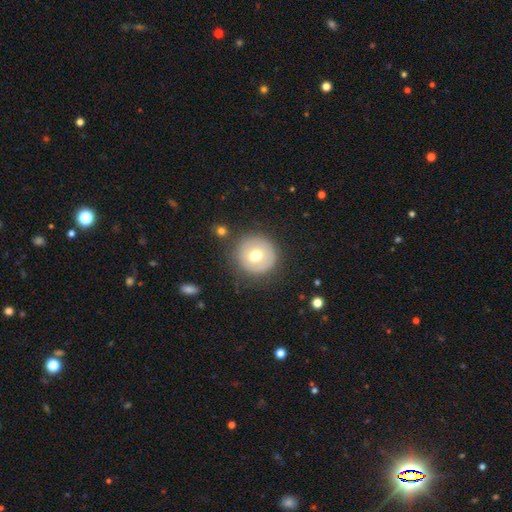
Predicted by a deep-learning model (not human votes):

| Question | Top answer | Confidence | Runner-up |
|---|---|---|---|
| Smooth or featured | smooth | 62% | featured or disk (29%) |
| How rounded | round | 94% | in between (5%) |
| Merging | none | 83% | minor disturbance (10%) |